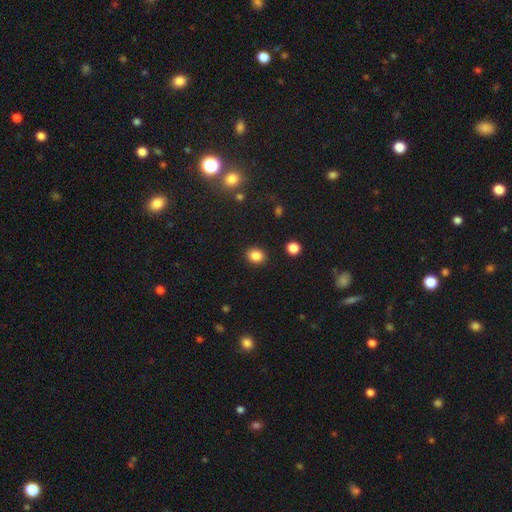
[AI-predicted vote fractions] smooth 85%, star or artifact 10%, featured or disk 4%. Down the decision tree: how rounded — round (56%); merging — none (89%).